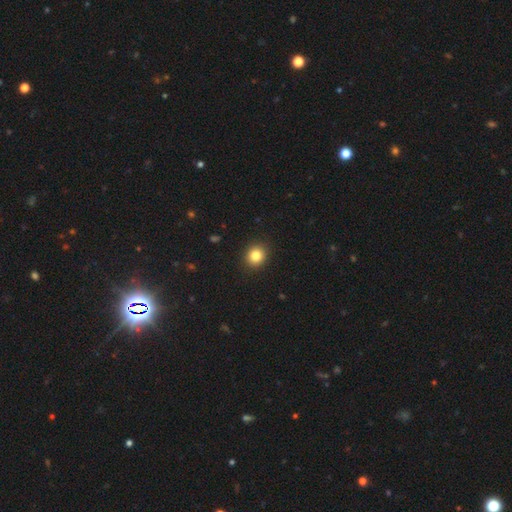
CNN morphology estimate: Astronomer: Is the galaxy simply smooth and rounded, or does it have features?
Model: smooth — 84%.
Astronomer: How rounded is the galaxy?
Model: round — 81%.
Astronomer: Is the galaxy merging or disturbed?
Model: none — 92%.